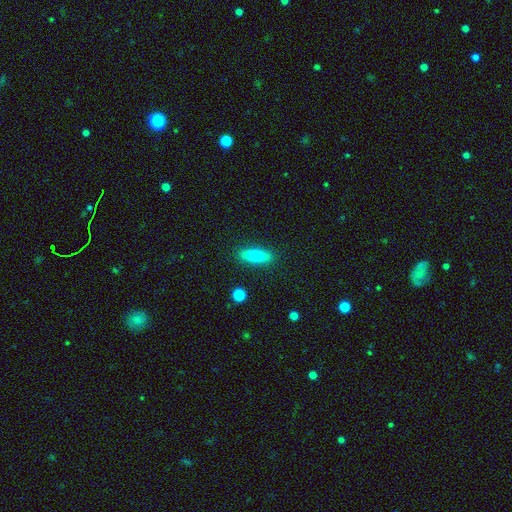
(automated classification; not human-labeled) smooth_or_featured: smooth (p=0.64) [alt: featured or disk p=0.29]
how_rounded: cigar-shaped (p=0.63) [alt: in between p=0.34]
merging: none (p=0.88) [alt: minor disturbance p=0.08]